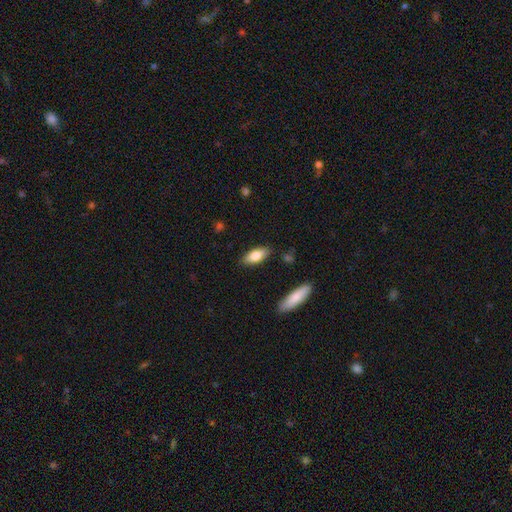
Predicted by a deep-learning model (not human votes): Smooth or featured? smooth (79%)
How rounded? in between (78%)
Merging? none (85%)